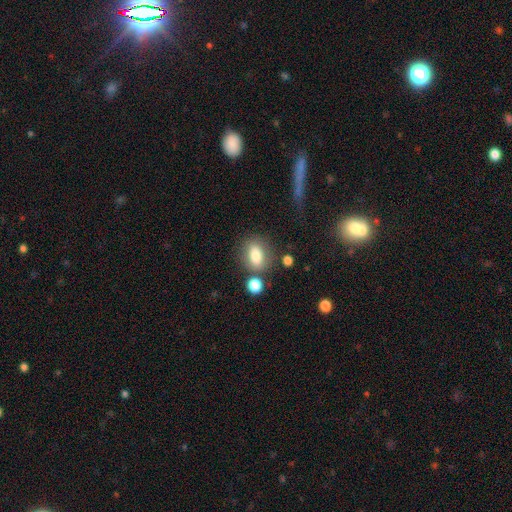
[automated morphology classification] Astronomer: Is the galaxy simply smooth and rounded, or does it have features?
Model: smooth — 78%.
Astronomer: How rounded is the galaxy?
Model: in between — 71%.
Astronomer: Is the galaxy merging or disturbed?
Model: none — 70%.